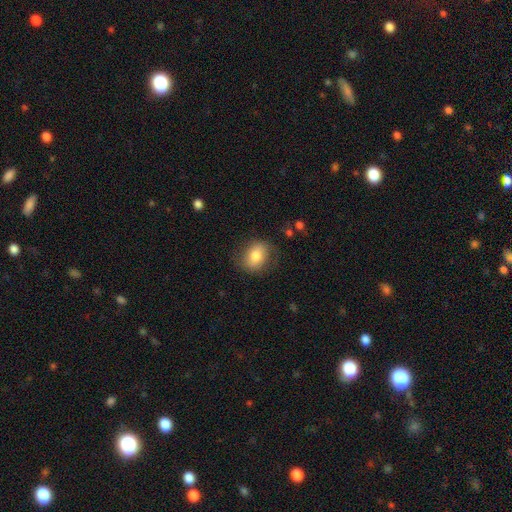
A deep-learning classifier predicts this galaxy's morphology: Smooth or featured?
  - smooth: 74% *
  - featured or disk: 18%
  - star or artifact: 8%
How rounded?
  - in between: 54% *
  - round: 45%
  - cigar-shaped: 1%
Merging?
  - none: 75% *
  - minor disturbance: 17%
  - major disturbance: 7%
  - merger: 1%